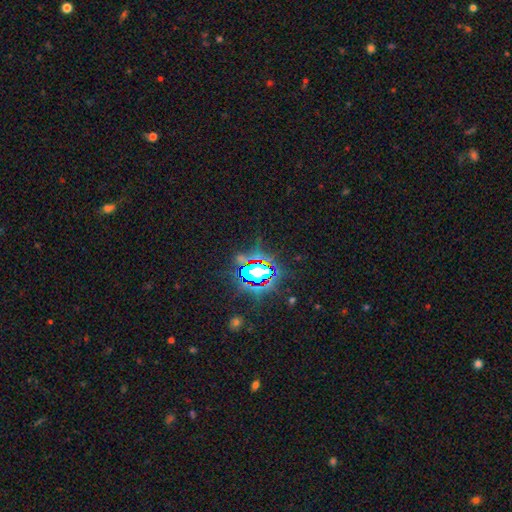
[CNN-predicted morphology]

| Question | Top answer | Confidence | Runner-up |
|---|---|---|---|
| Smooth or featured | star or artifact | 84% | smooth (10%) |